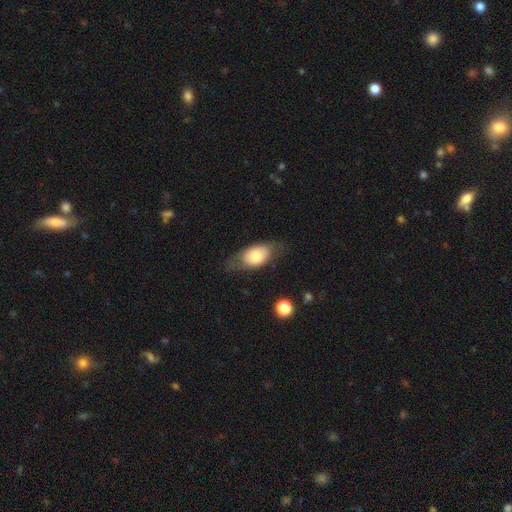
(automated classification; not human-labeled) The model was most divided on "smooth or featured": smooth: 66%, featured or disk: 27%, star or artifact: 7%. More confident: how rounded — in between (84%); merging — none (65%).